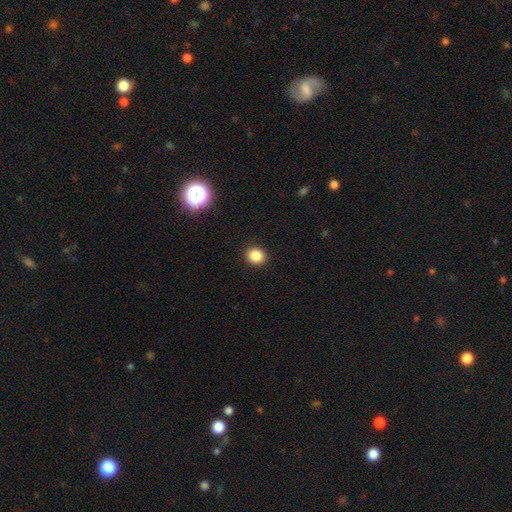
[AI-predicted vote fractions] Morphology: type=smooth (86%); roundness=round (75%); merging=none (91%).